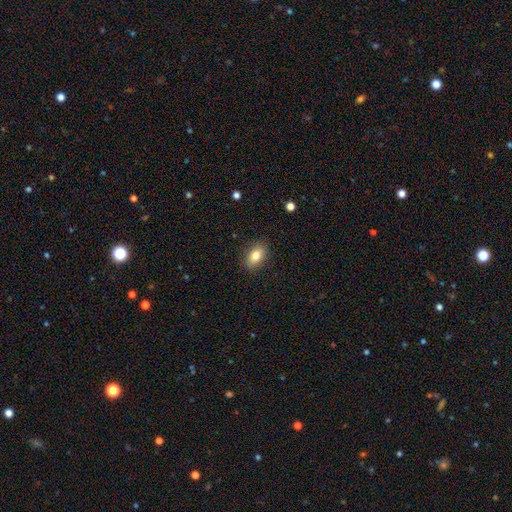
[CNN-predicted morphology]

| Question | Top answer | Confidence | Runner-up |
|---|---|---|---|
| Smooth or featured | smooth | 81% | featured or disk (11%) |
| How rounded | in between | 86% | round (11%) |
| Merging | none | 88% | minor disturbance (9%) |